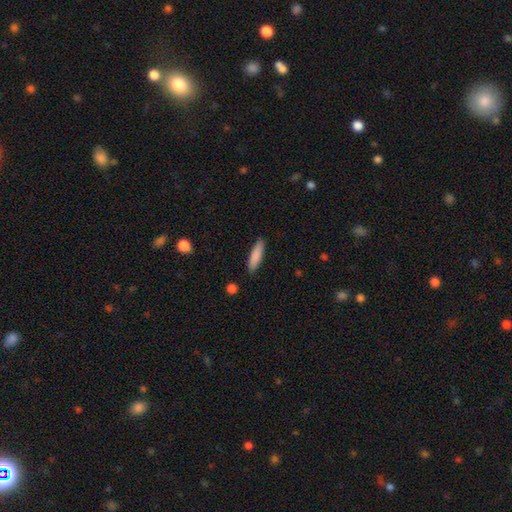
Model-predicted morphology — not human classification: smooth-or-featured: smooth: 86% | featured or disk: 8% | star or artifact: 6%
  how-rounded: cigar-shaped: 71% | in between: 28% | round: 1%
  merging: none: 88% | minor disturbance: 9% | major disturbance: 2% | merger: 1%